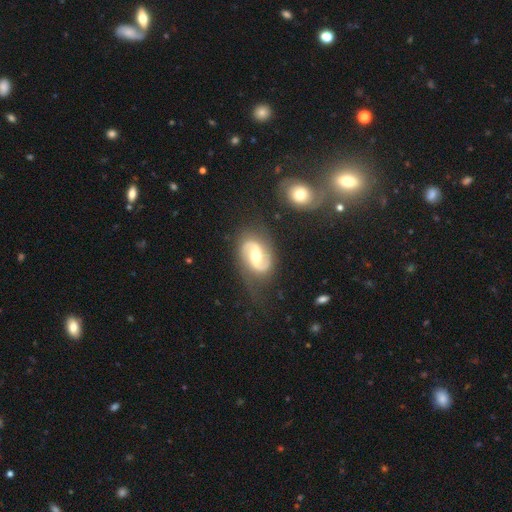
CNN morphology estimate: This is clearly a featured or disk galaxy (87%). It is clearly not viewed edge-on (97%). Bar: marginally weak (42%). Spiral arm pattern: clearly yes (97%). Spiral arm count: clearly 2 (92%). Spiral winding: possibly medium (50%). Central bulge: likely moderate (72%). Merging: likely none (75%).